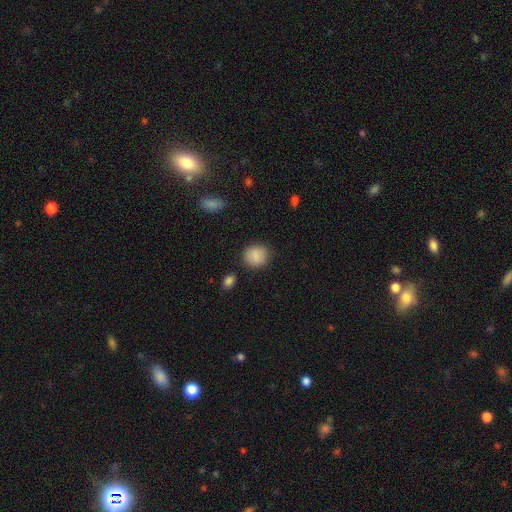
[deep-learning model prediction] A smooth galaxy with no disk features (86%) that is round (80%). Merging: none (85%).